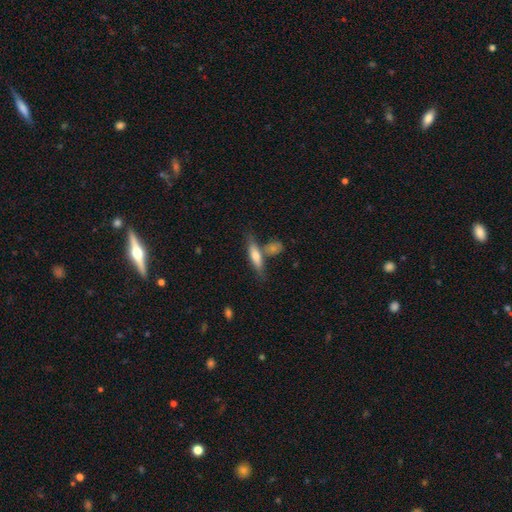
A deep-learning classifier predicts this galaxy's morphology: A smooth galaxy with no disk features (59%) that is cigar-shaped (72%). Merging: none (61%).